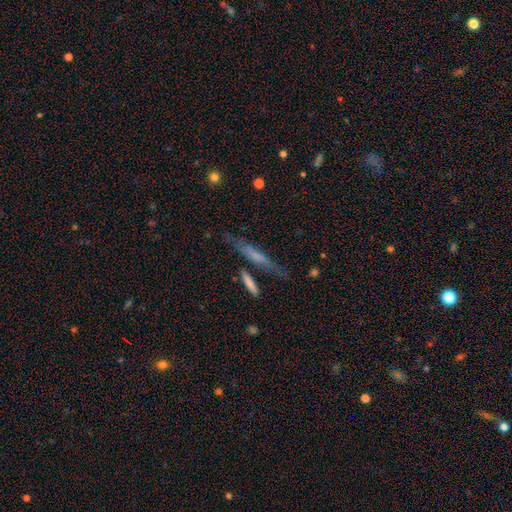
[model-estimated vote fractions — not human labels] Smooth or featured? featured or disk (50%)
Edge-on disk? yes (77%)
Merging? none (66%)